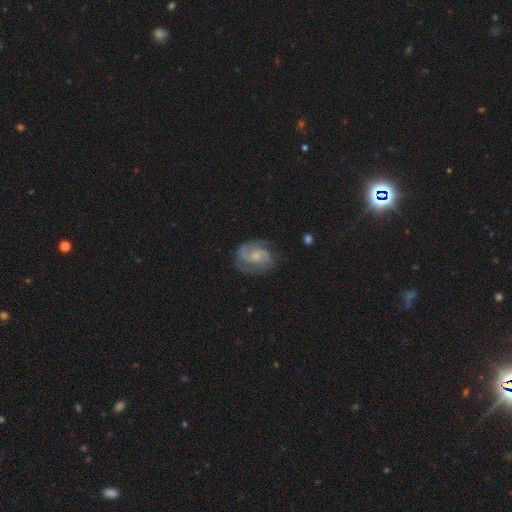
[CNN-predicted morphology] featured or disk 81%, smooth 14%, star or artifact 6%. Down the decision tree: edge-on disk — no (98%); bar — no (62%); spiral arms — yes (95%); spiral arm count — 2 (60%); spiral winding — medium (48%); bulge size — small (62%); merging — none (69%).